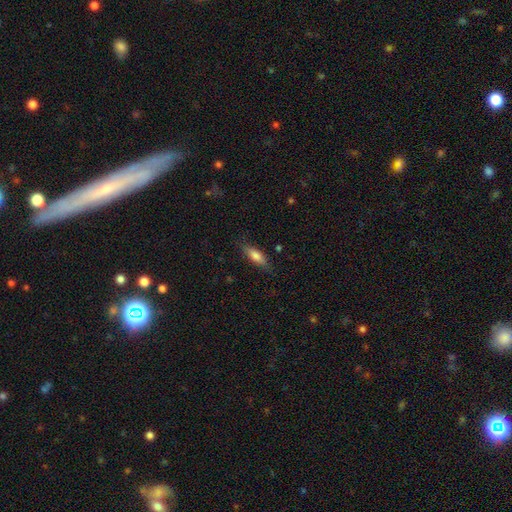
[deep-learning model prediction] Smooth or featured: smooth — 76% (featured or disk — 18%)
How rounded: in between — 55% (cigar-shaped — 43%)
Merging: none — 80% (minor disturbance — 15%)